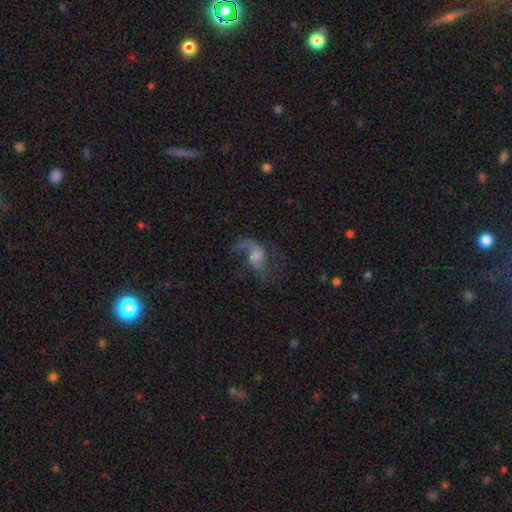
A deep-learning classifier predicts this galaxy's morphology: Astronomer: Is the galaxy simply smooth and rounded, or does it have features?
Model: featured or disk — 72%.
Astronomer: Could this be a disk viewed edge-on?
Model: no — 96%.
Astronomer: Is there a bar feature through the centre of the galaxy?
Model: no — 58% (runner-up: weak, 34%).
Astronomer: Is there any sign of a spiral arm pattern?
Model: yes — 88%.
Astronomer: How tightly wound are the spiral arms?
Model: loose — 74%.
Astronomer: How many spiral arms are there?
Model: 2 — 65%.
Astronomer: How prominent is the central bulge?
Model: small — 37% (runner-up: moderate, 33%).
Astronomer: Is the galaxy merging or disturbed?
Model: none — 46% (runner-up: major disturbance, 34%).